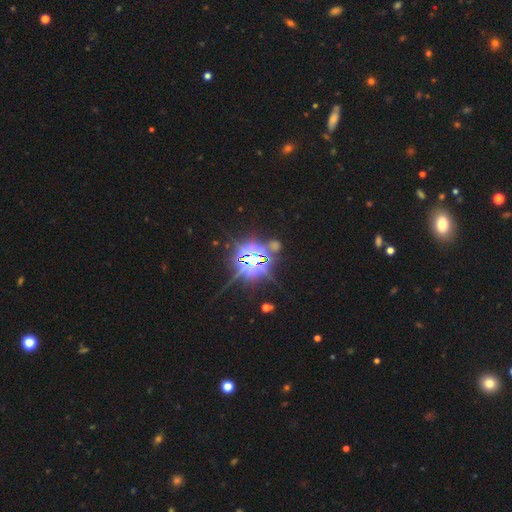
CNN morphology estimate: The model was most divided on "smooth or featured": star or artifact: 86%, smooth: 8%, featured or disk: 6%.